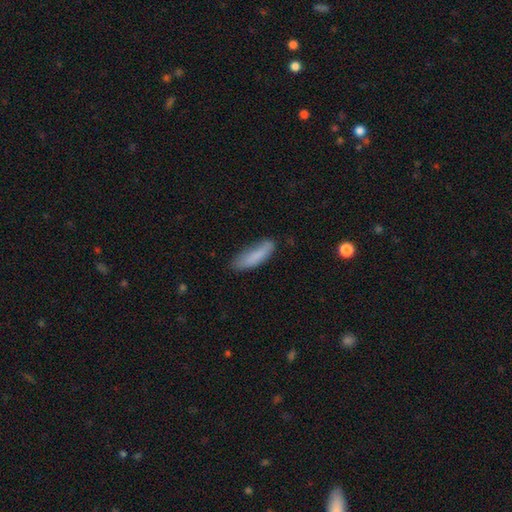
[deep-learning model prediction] This is clearly a smooth galaxy (81%). How rounded: possibly cigar-shaped (58%). Merging: likely none (65%).